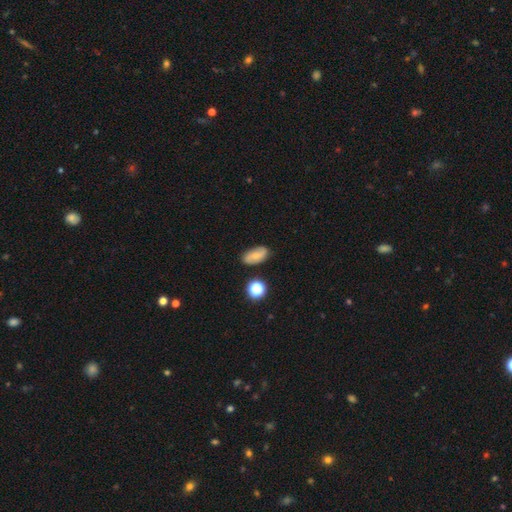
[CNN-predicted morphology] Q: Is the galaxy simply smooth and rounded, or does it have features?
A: smooth — 55%.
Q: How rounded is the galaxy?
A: in between — 87%.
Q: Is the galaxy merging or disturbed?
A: none — 82%.